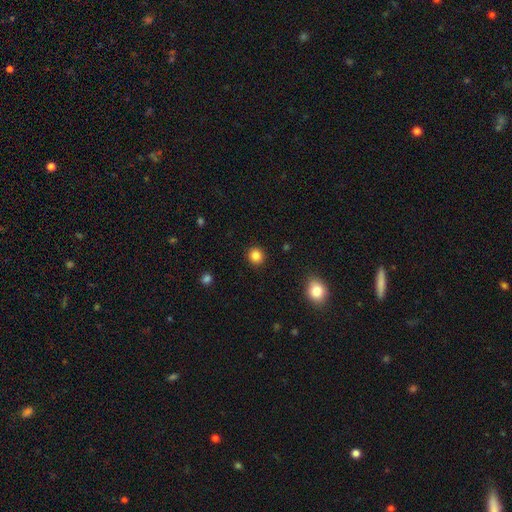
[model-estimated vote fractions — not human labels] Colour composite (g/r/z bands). It shows a smooth galaxy with no disk features (85%) that is round (89%). Merging: none (91%).